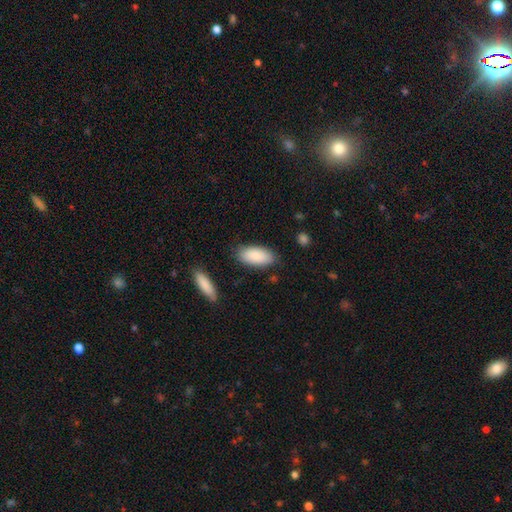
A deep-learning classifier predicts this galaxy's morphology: Smooth or featured?
  - smooth: 89% *
  - star or artifact: 6%
  - featured or disk: 5%
How rounded?
  - in between: 91% *
  - cigar-shaped: 7%
  - round: 2%
Merging?
  - none: 82% *
  - minor disturbance: 12%
  - major disturbance: 3%
  - merger: 2%